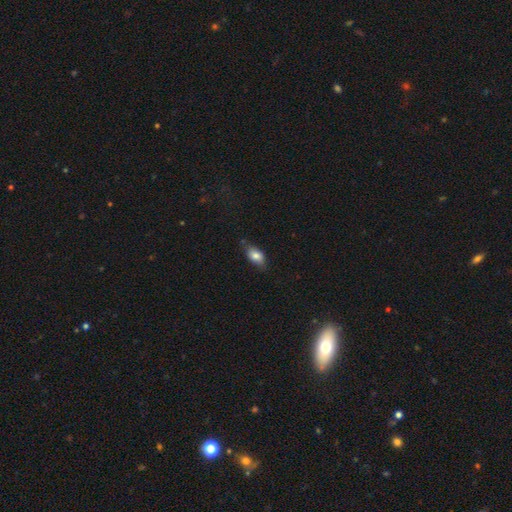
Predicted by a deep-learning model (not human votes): This appears to be a smooth galaxy with no disk features (80%) that is in between round and cigar-shaped (87%). Merging: none (69%).